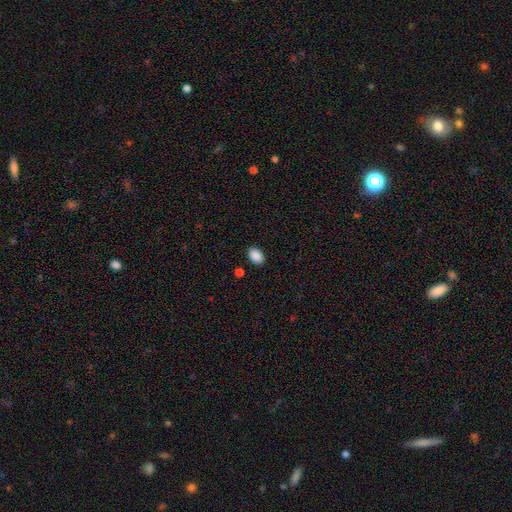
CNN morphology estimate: Smooth or featured: smooth — 89% (star or artifact — 8%)
How rounded: in between — 88% (round — 11%)
Merging: none — 88% (minor disturbance — 8%)